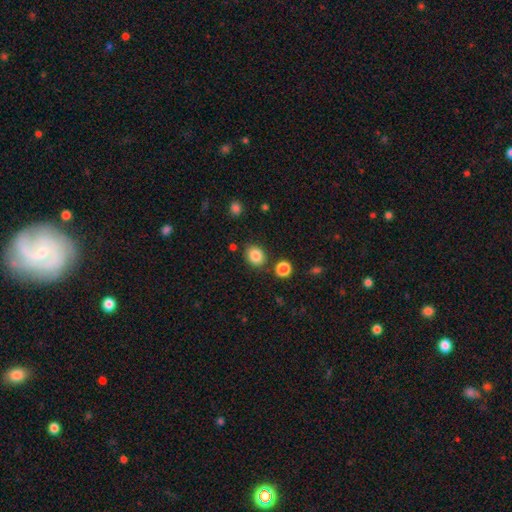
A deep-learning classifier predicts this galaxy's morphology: The model was most divided on "how rounded": round: 54%, in between: 45%, cigar-shaped: 1%. More confident: smooth or featured — smooth (85%); merging — none (81%).